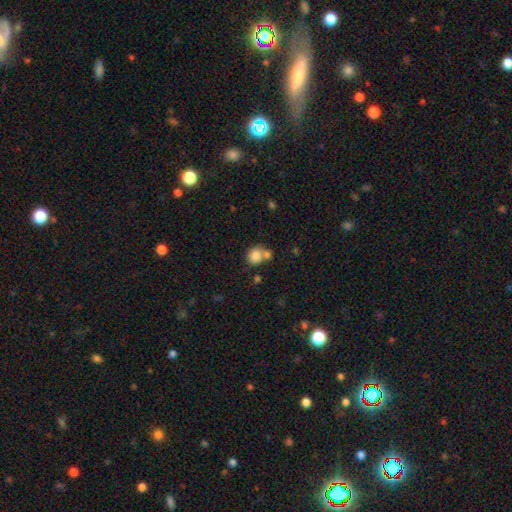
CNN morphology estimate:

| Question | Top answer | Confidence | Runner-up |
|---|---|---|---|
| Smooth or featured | smooth | 83% | star or artifact (10%) |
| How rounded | round | 76% | in between (23%) |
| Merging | none | 45% | merger (39%) |